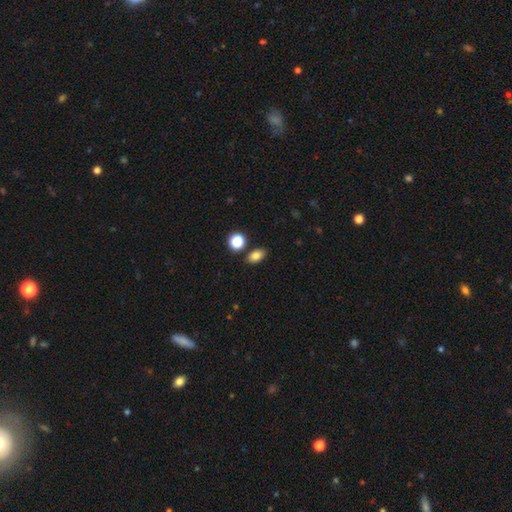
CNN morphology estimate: Q: Smooth or featured?
A: smooth (81%); runner-up: star or artifact (11%)
Q: How rounded?
A: in between (82%); runner-up: round (16%)
Q: Merging?
A: none (81%); runner-up: minor disturbance (10%)